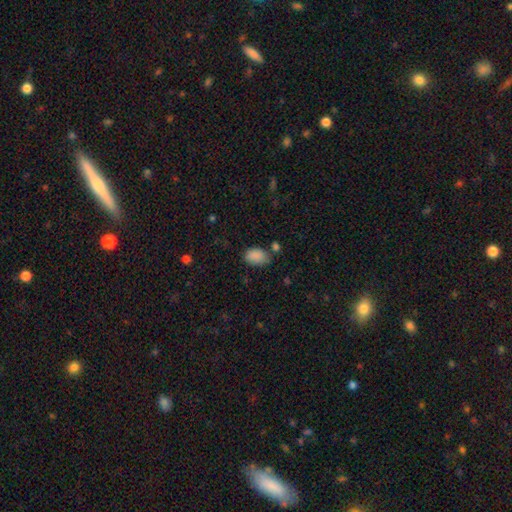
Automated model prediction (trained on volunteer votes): This is clearly a smooth galaxy (88%). How rounded: clearly in between (88%). Merging: likely none (67%).